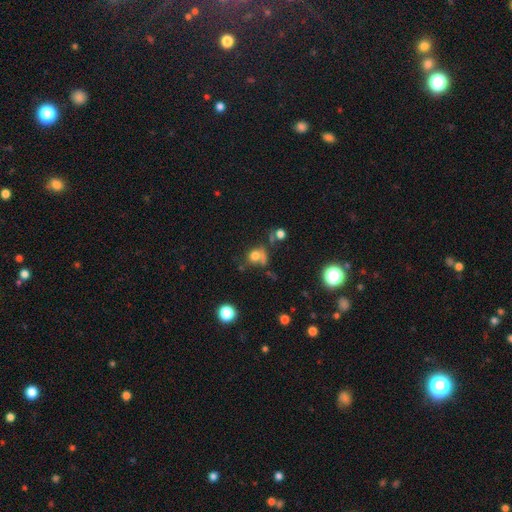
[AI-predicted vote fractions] The model was most divided on "merging": none: 37%, merger: 23%, major disturbance: 22%, minor disturbance: 17%. More confident: how rounded — round (69%); smooth or featured — smooth (66%).